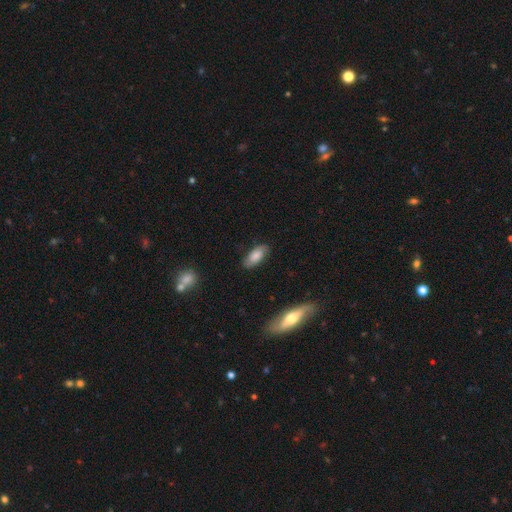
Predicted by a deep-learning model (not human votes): A smooth galaxy with no disk features (73%) that is in between round and cigar-shaped (88%). Merging: none (80%).